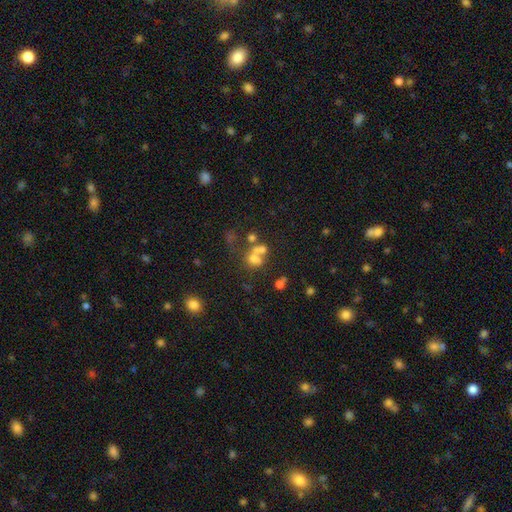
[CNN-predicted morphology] Q: Smooth or featured?
A: smooth (52%); runner-up: featured or disk (26%)
Q: How rounded?
A: round (60%); runner-up: in between (39%)
Q: Merging?
A: merger (52%); runner-up: none (28%)